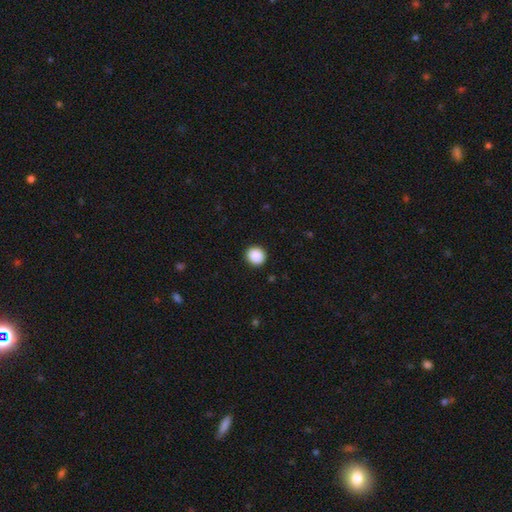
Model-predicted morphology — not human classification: Q: Smooth or featured?
A: smooth (90%); runner-up: star or artifact (8%)
Q: How rounded?
A: round (86%); runner-up: in between (13%)
Q: Merging?
A: none (91%); runner-up: minor disturbance (6%)